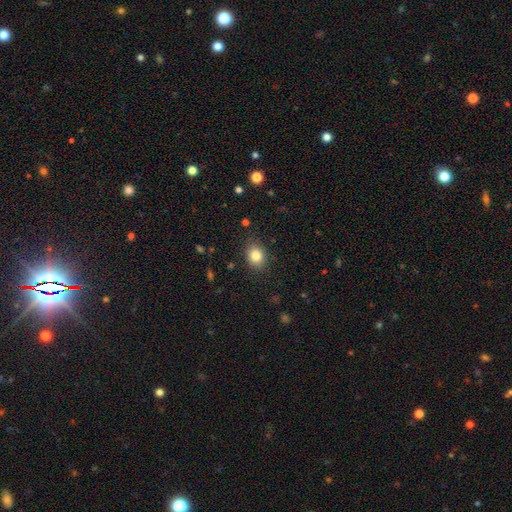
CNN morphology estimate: Smooth or featured? smooth (82%)
How rounded? in between (52%)
Merging? none (86%)